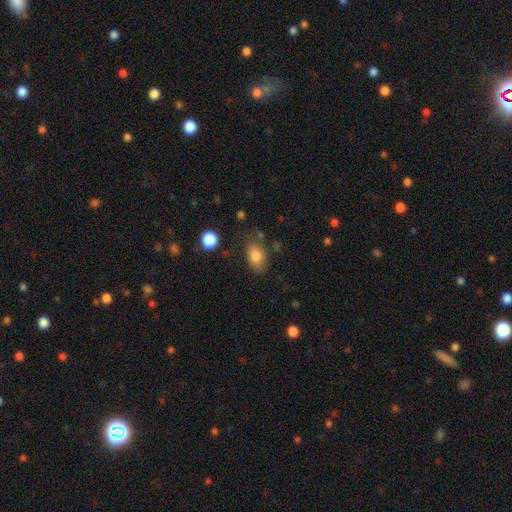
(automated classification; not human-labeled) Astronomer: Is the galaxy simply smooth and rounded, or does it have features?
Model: smooth — 82%.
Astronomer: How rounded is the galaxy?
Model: in between — 84%.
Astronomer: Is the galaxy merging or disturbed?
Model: none — 73%.